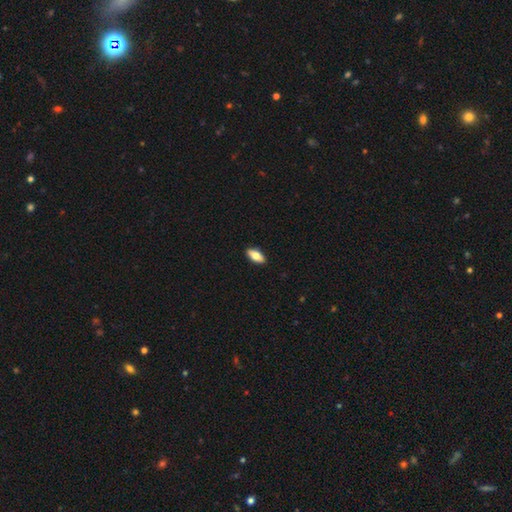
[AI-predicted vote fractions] Smooth or featured?
  - smooth: 72% *
  - featured or disk: 22%
  - star or artifact: 6%
How rounded?
  - in between: 85% *
  - cigar-shaped: 12%
  - round: 3%
Merging?
  - none: 91% *
  - minor disturbance: 7%
  - major disturbance: 2%
  - merger: 1%